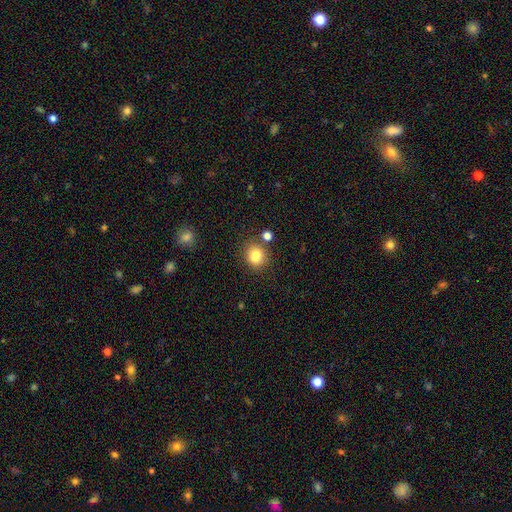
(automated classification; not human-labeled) Smooth or featured: smooth — 79% (star or artifact — 11%)
How rounded: round — 66% (in between — 33%)
Merging: none — 60% (merger — 22%)